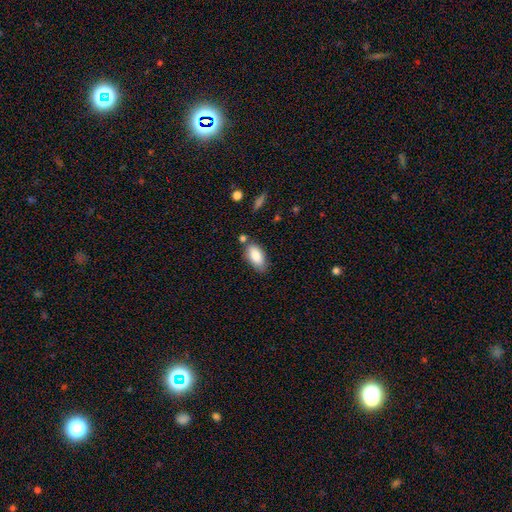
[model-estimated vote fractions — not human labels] Q: Smooth or featured?
A: smooth (85%); runner-up: featured or disk (8%)
Q: How rounded?
A: in between (93%); runner-up: cigar-shaped (5%)
Q: Merging?
A: none (70%); runner-up: minor disturbance (19%)